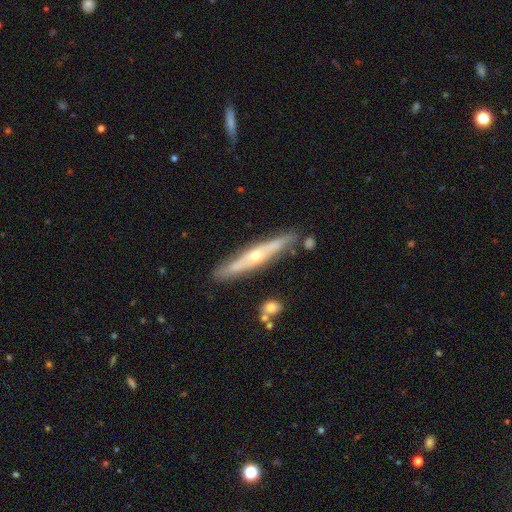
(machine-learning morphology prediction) A featured or disk galaxy (72%) viewed edge-on (89%) with a rounded central bulge (82%). Merging: none (82%).